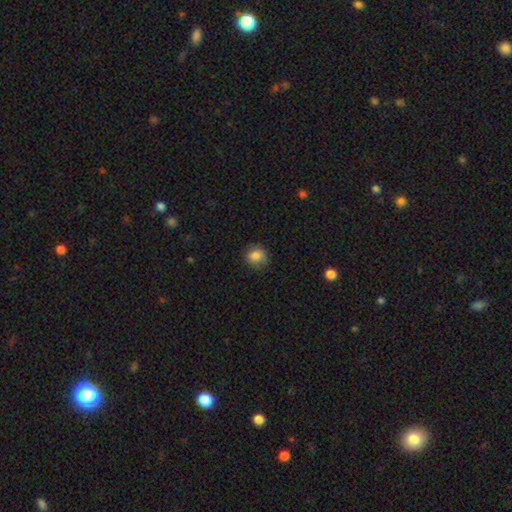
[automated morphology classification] Q: Smooth or featured?
A: smooth (82%); runner-up: star or artifact (9%)
Q: How rounded?
A: round (77%); runner-up: in between (22%)
Q: Merging?
A: none (82%); runner-up: minor disturbance (13%)